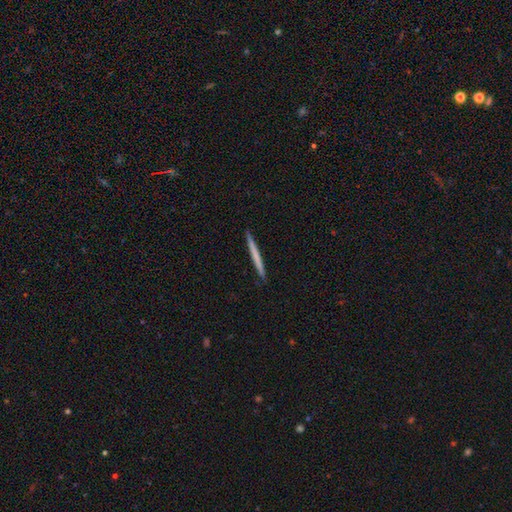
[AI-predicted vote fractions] Smooth or featured? smooth (57%)
How rounded? cigar-shaped (97%)
Merging? none (92%)